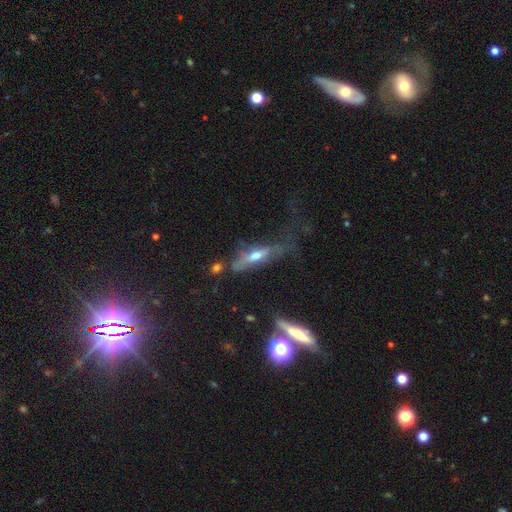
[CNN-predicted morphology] type=featured or disk (51%); edge-on=yes (68%); merging=none (38%).